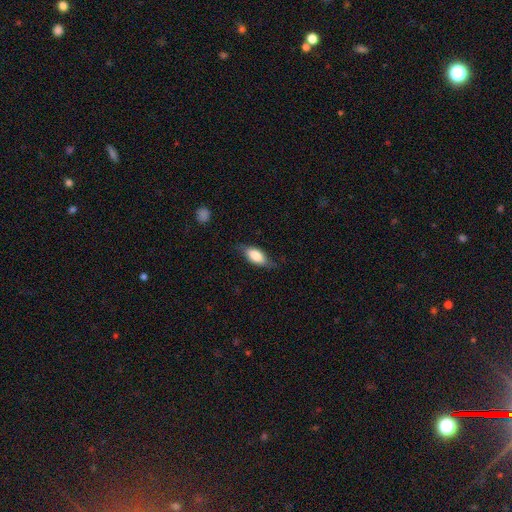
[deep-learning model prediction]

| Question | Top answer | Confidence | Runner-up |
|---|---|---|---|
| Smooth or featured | smooth | 72% | featured or disk (22%) |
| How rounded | in between | 82% | cigar-shaped (14%) |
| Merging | none | 67% | minor disturbance (24%) |